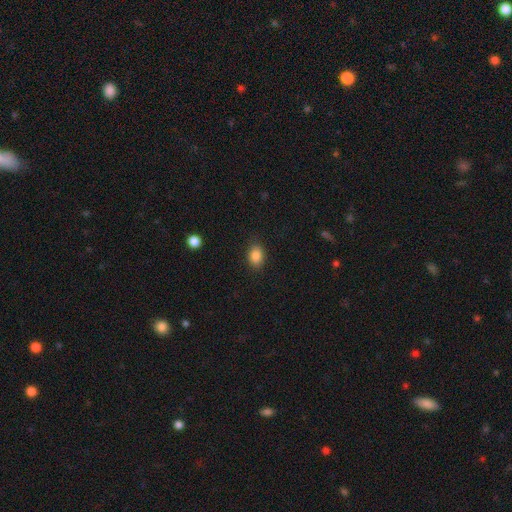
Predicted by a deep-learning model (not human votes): Smooth or featured? Predicted: smooth (p=0.85). How rounded? Predicted: in between (p=0.70). Merging? Predicted: none (p=0.85).